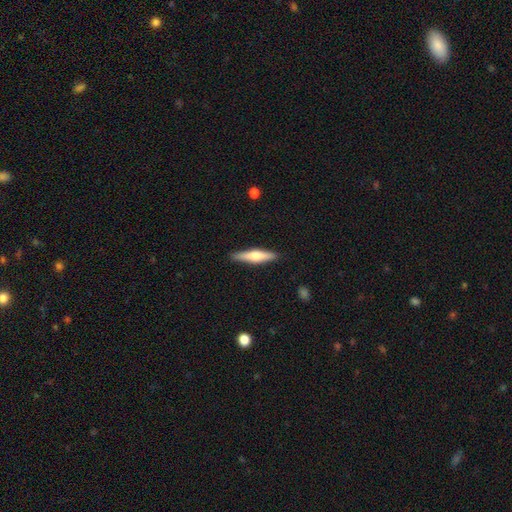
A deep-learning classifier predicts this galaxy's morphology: This appears to be a smooth galaxy with no disk features (48%). Merging: none (89%).